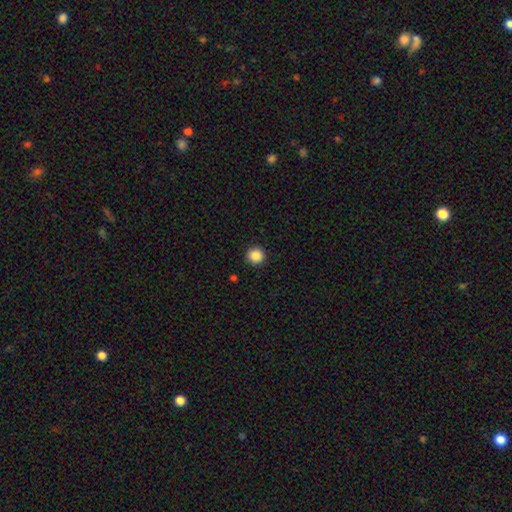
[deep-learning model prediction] Smooth or featured? smooth (87%)
How rounded? round (94%)
Merging? none (92%)